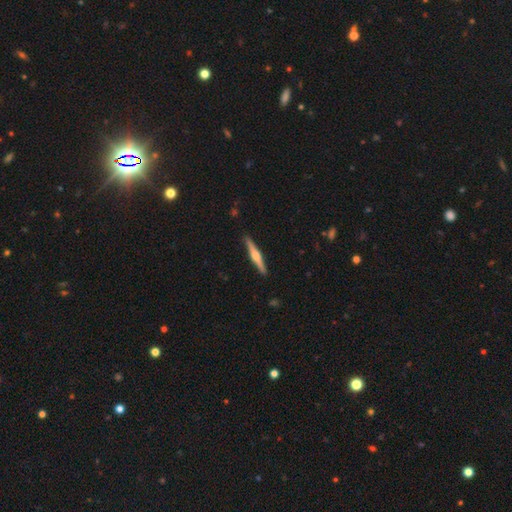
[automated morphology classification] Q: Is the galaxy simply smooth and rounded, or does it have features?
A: featured or disk — 70%.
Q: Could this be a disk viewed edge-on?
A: yes — 98%.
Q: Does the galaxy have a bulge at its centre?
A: rounded — 89%.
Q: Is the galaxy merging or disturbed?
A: none — 91%.